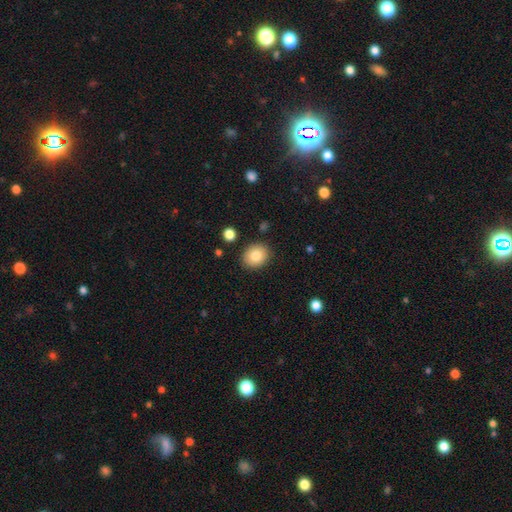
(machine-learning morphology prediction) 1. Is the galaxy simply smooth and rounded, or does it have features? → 82% smooth, 9% featured or disk, 8% star or artifact.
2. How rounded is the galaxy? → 58% round, 41% in between, 1% cigar-shaped.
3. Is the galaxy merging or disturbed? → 87% none, 9% minor disturbance, 2% major disturbance, 2% merger.